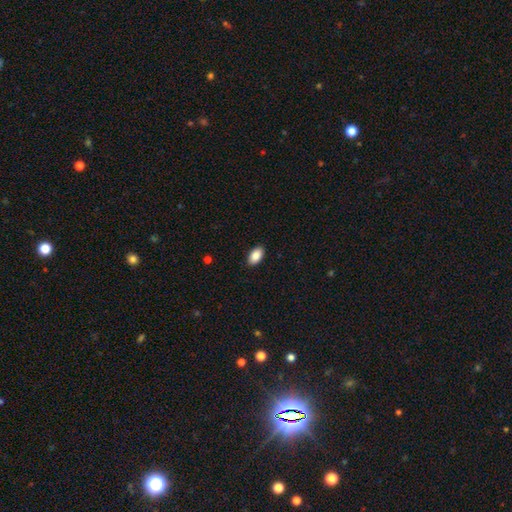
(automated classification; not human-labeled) smooth 88%, star or artifact 7%, featured or disk 5%. Down the decision tree: how rounded — in between (94%); merging — none (90%).